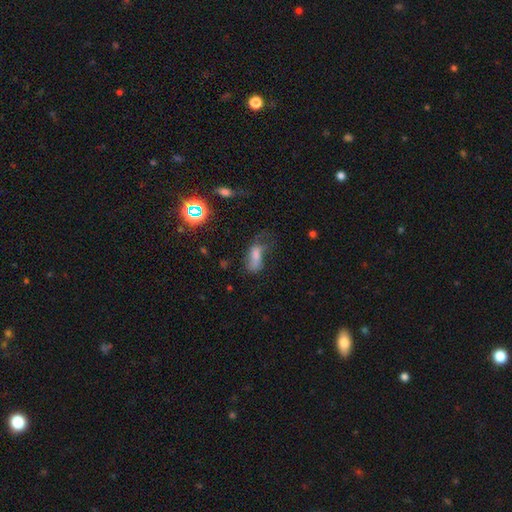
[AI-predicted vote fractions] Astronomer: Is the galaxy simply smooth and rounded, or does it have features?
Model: smooth — 58%.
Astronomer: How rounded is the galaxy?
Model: in between — 79%.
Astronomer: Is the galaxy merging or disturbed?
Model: major disturbance — 44% (runner-up: none, 26%).